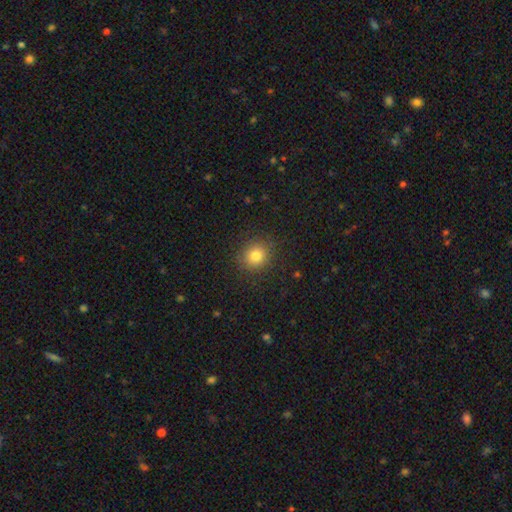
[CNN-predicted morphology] Smooth or featured? Predicted: smooth (p=0.81). How rounded? Predicted: round (p=0.86). Merging? Predicted: none (p=0.88).